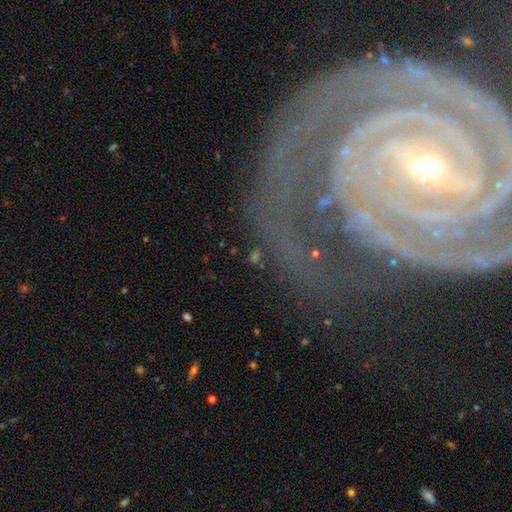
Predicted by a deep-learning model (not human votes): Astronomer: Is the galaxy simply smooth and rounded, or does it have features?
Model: featured or disk — 49% (runner-up: star or artifact, 30%).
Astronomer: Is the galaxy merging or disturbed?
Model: none — 64%.